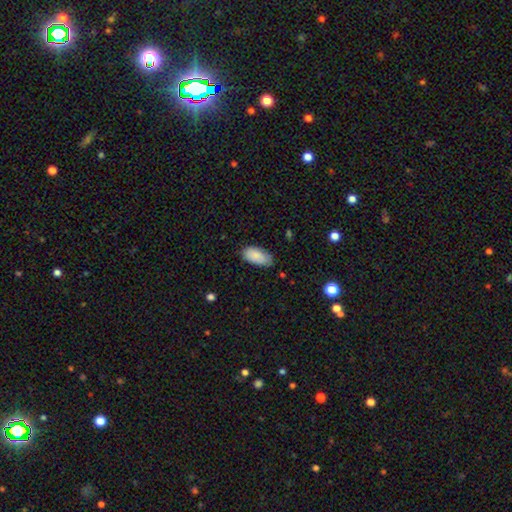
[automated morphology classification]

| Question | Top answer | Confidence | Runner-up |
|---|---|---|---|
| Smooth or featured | smooth | 86% | featured or disk (8%) |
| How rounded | in between | 94% | cigar-shaped (4%) |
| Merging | none | 69% | minor disturbance (26%) |